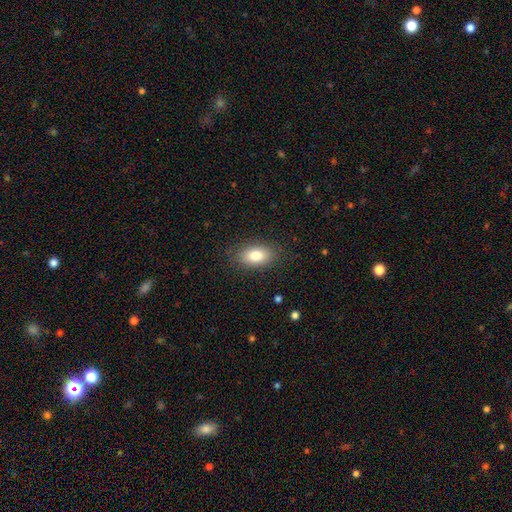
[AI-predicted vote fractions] Smooth or featured? Predicted: smooth (p=0.82). How rounded? Predicted: in between (p=0.90). Merging? Predicted: none (p=0.86).